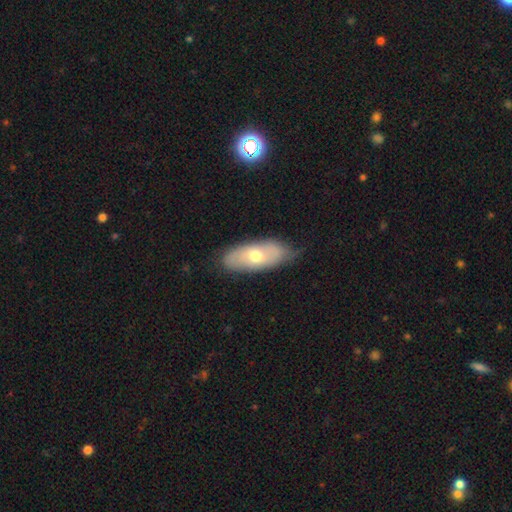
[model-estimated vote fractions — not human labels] A smooth galaxy with no disk features (58%) that is in between round and cigar-shaped (83%).

Vote fractions:
- Smooth or featured? smooth: 58% / featured or disk: 36% / star or artifact: 6%
- How rounded? in between: 83% / cigar-shaped: 14% / round: 4%
- Merging? none: 65% / minor disturbance: 28% / major disturbance: 6% / merger: 2%